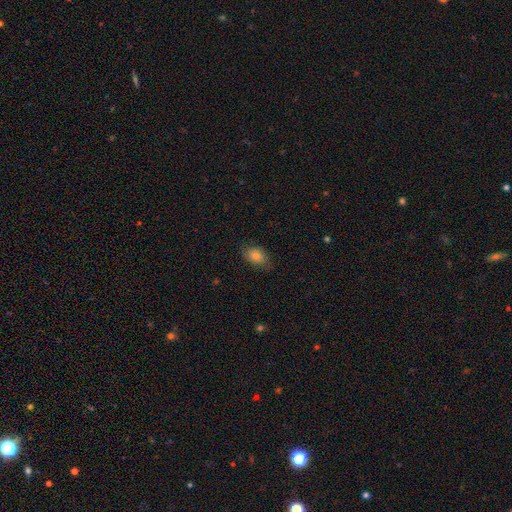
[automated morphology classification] Smooth or featured?
  - smooth: 79% *
  - featured or disk: 12%
  - star or artifact: 9%
How rounded?
  - in between: 83% *
  - round: 16%
  - cigar-shaped: 2%
Merging?
  - none: 75% *
  - minor disturbance: 20%
  - major disturbance: 4%
  - merger: 1%